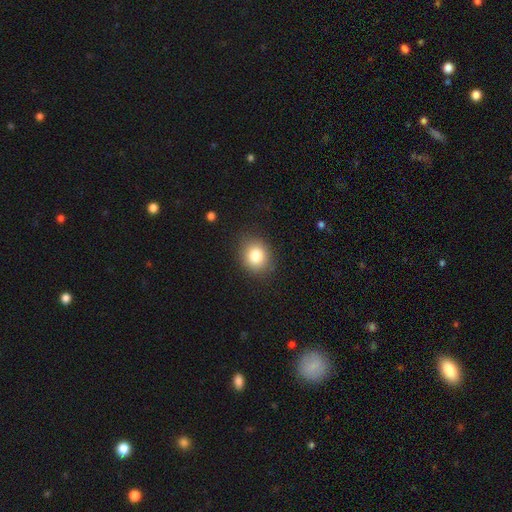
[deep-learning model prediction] Q: Smooth or featured?
A: smooth (82%); runner-up: star or artifact (10%)
Q: How rounded?
A: round (68%); runner-up: in between (31%)
Q: Merging?
A: none (86%); runner-up: minor disturbance (10%)